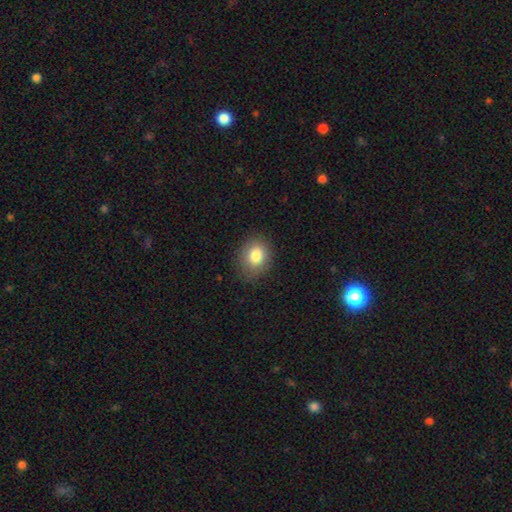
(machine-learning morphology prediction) Smooth or featured? smooth (81%)
How rounded? round (52%)
Merging? none (82%)